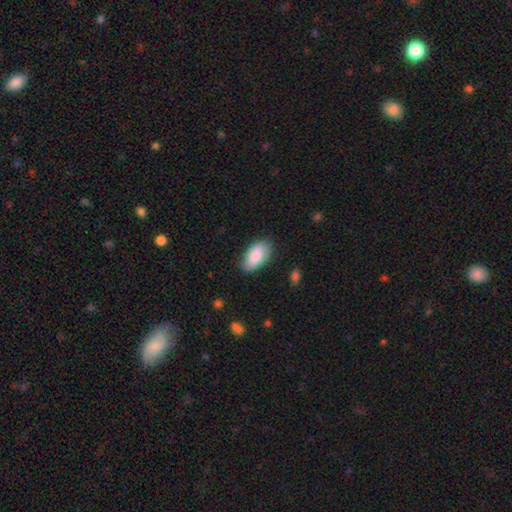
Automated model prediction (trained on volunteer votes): A smooth galaxy with no disk features (85%) that is in between round and cigar-shaped (94%).

Vote fractions:
- Smooth or featured? smooth: 85% / featured or disk: 9% / star or artifact: 6%
- How rounded? in between: 94% / cigar-shaped: 3% / round: 3%
- Merging? none: 78% / minor disturbance: 17% / major disturbance: 3% / merger: 1%